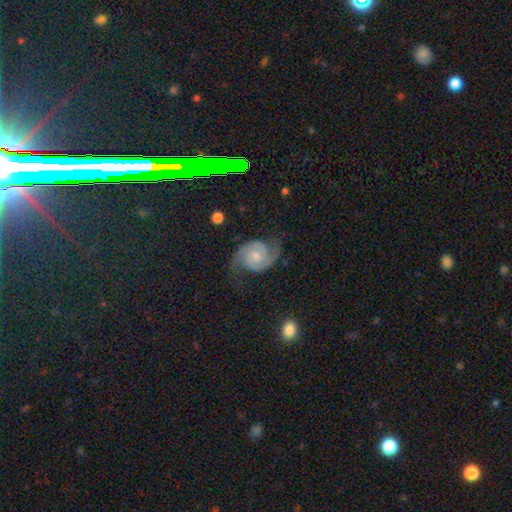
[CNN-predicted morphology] This appears to be a featured or disk galaxy (89%) with no bar (63%), 2 (94%) medium (52%) spiral arms (98%) and a moderate central bulge (49%). Merging: none (75%).